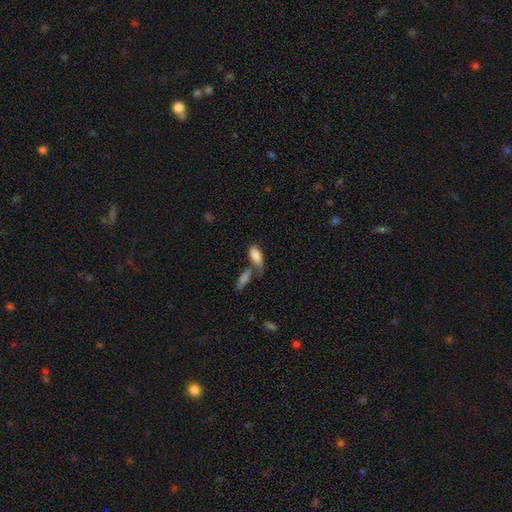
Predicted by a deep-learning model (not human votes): A smooth galaxy with no disk features (83%) that is in between round and cigar-shaped (78%). Merging: merger (44%).